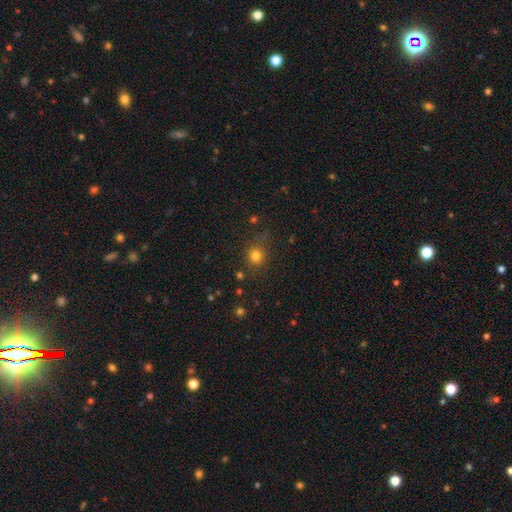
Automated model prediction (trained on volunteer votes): Overall: smooth (78%). How rounded: round (86%). Merging: none (79%).